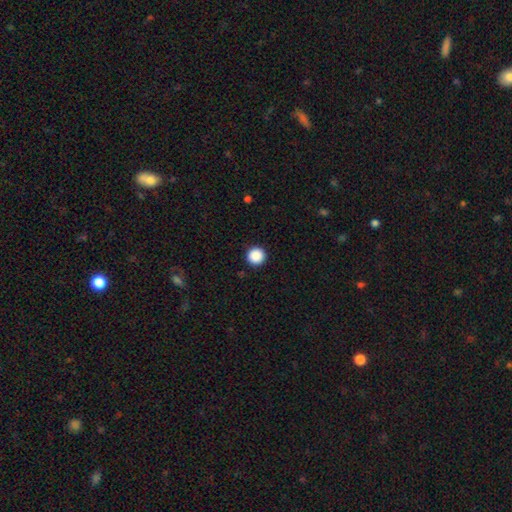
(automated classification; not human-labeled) A smooth galaxy with no disk features (89%) that is round (97%).

Vote fractions:
- Smooth or featured? smooth: 89% / star or artifact: 9% / featured or disk: 2%
- How rounded? round: 97% / in between: 2% / cigar-shaped: 1%
- Merging? none: 93% / minor disturbance: 4% / major disturbance: 2% / merger: 1%